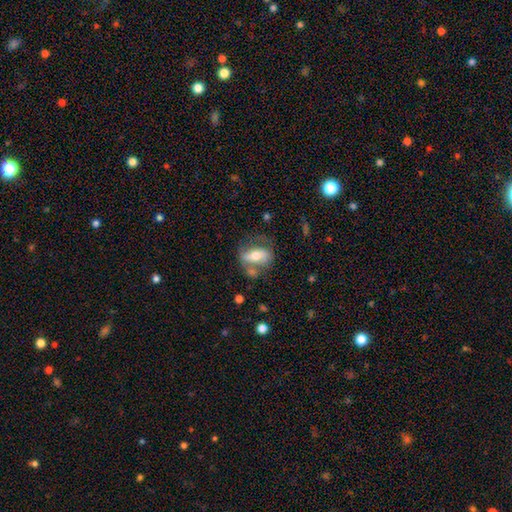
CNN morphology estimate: This appears to be a featured or disk galaxy (47%). Merging: none (50%).